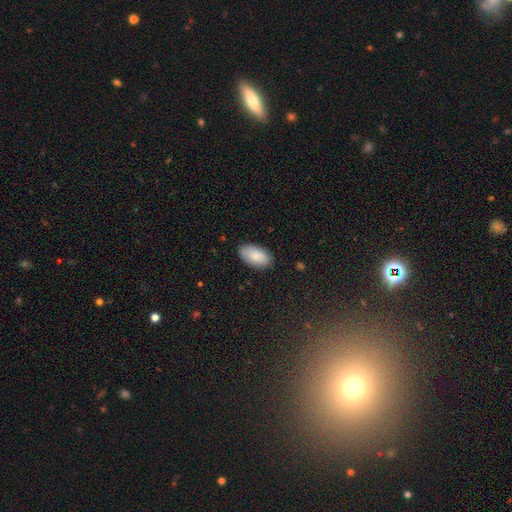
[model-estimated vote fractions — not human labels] Morphology: type=smooth (86%); roundness=in between (95%); merging=none (86%).